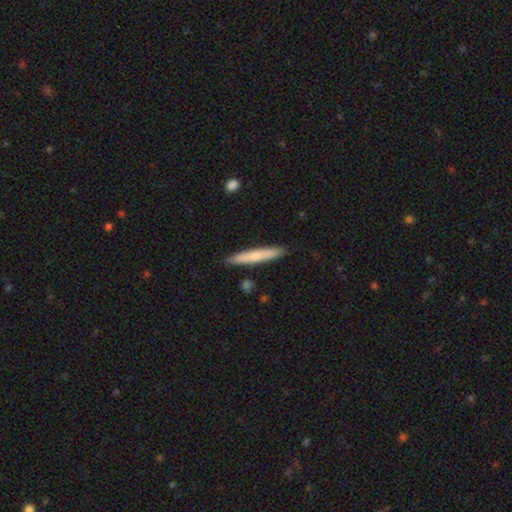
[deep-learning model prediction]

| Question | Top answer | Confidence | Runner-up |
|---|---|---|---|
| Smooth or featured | smooth | 67% | featured or disk (27%) |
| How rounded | cigar-shaped | 94% | in between (5%) |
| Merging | none | 89% | minor disturbance (8%) |